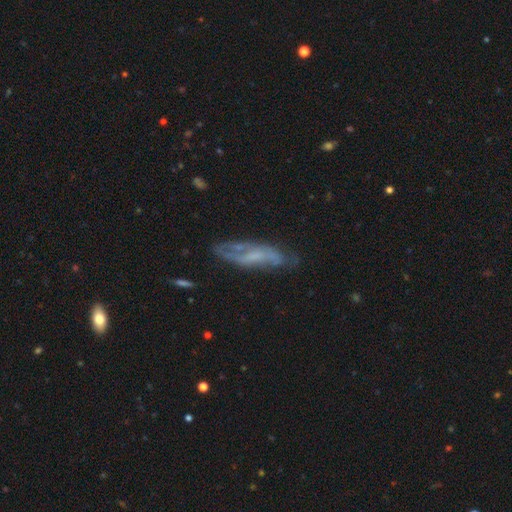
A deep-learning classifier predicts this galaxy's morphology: This appears to be a featured or disk galaxy (63%). Merging: none (64%).